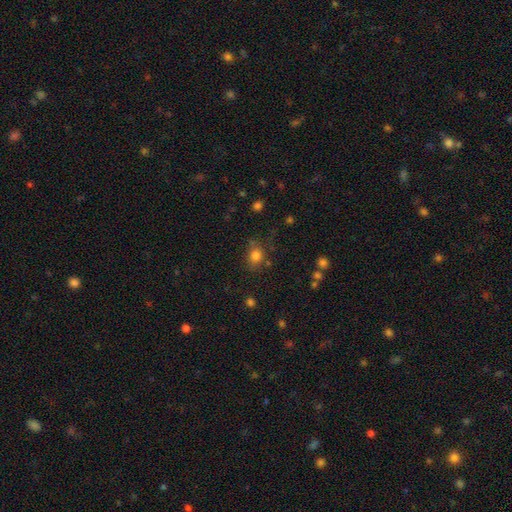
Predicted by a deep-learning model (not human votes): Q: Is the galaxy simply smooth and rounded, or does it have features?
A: smooth — 79%.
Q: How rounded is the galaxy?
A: round — 64%.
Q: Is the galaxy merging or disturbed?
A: none — 70%.